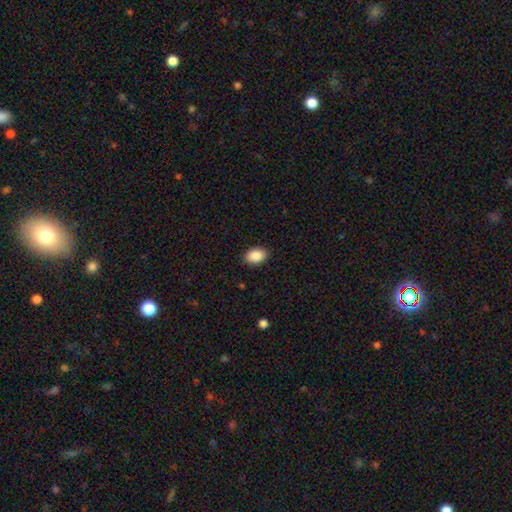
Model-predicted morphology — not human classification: A smooth galaxy with no disk features (89%) that is in between round and cigar-shaped (87%). Merging: none (90%).